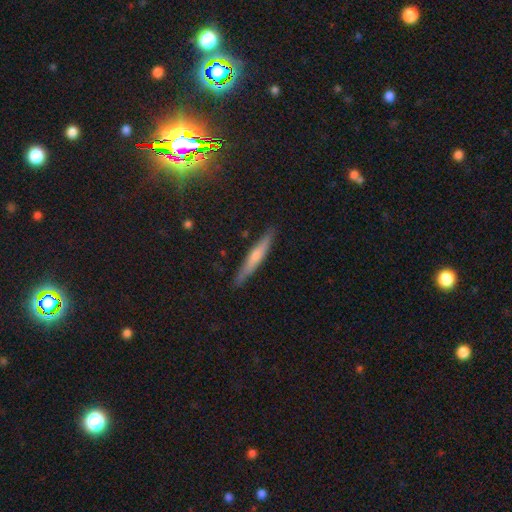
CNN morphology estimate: Smooth or featured?
  - smooth: 50% *
  - featured or disk: 43%
  - star or artifact: 7%
Merging?
  - none: 88% *
  - minor disturbance: 9%
  - major disturbance: 2%
  - merger: 1%